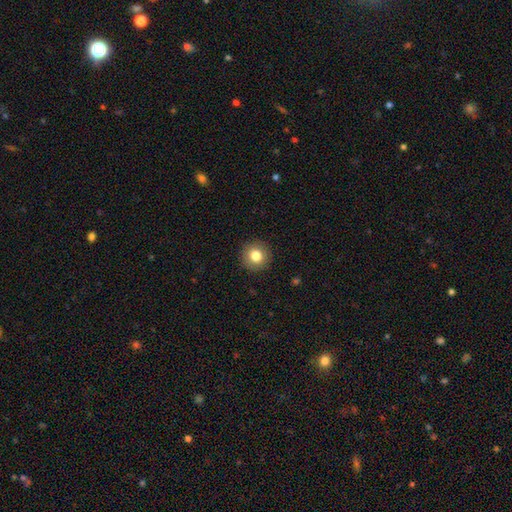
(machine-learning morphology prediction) A smooth galaxy with no disk features (81%) that is round (94%). Merging: none (92%).